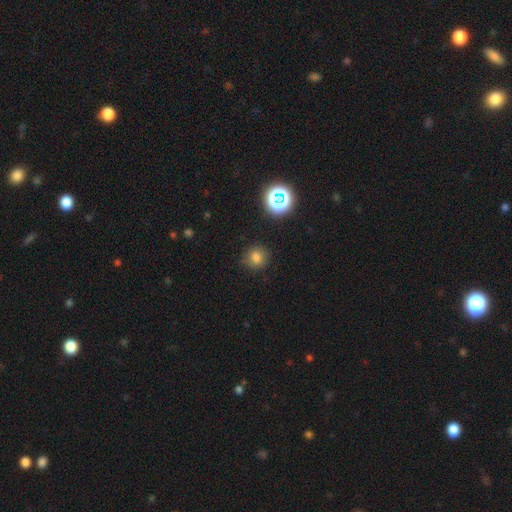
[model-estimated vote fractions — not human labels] Smooth or featured?
  - smooth: 75% *
  - star or artifact: 19%
  - featured or disk: 7%
How rounded?
  - round: 89% *
  - in between: 10%
  - cigar-shaped: 1%
Merging?
  - none: 87% *
  - minor disturbance: 8%
  - major disturbance: 3%
  - merger: 1%